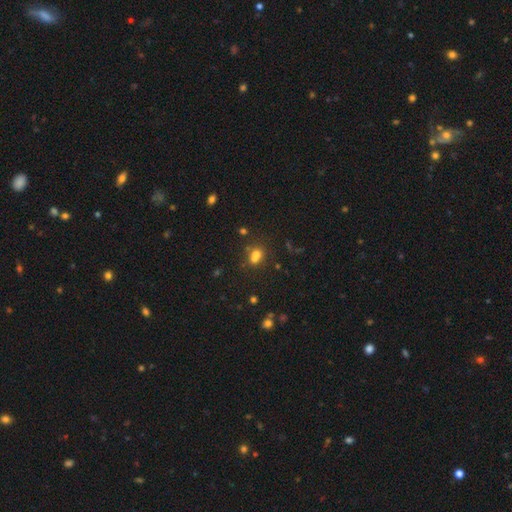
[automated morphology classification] Q: Smooth or featured?
A: smooth (66%); runner-up: star or artifact (21%)
Q: How rounded?
A: round (51%); runner-up: in between (47%)
Q: Merging?
A: merger (43%); runner-up: none (40%)